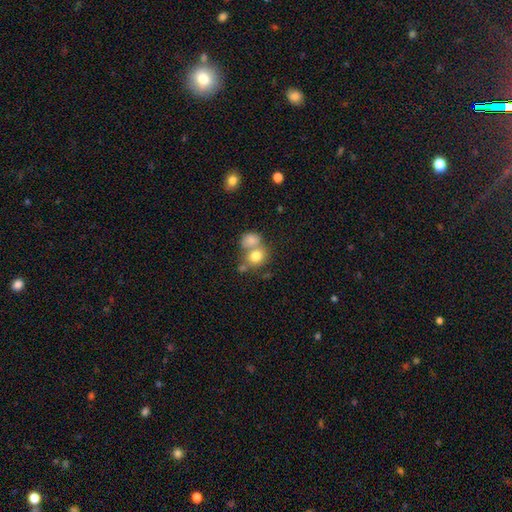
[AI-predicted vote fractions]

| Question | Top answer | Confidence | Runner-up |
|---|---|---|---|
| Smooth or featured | smooth | 79% | featured or disk (11%) |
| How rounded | round | 69% | in between (30%) |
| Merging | merger | 52% | none (36%) |